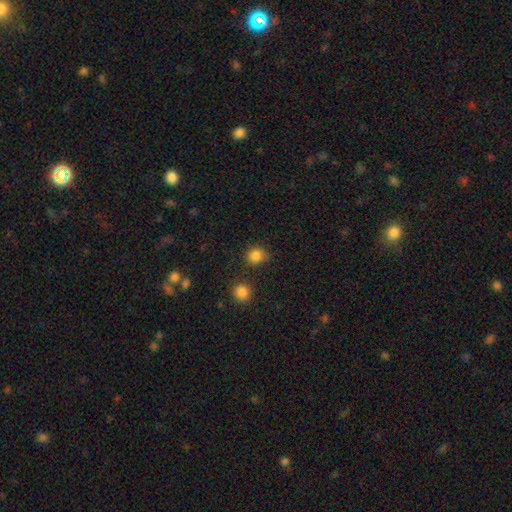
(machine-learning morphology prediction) smooth-or-featured: smooth: 84% | star or artifact: 12% | featured or disk: 4%
  how-rounded: round: 84% | in between: 15% | cigar-shaped: 1%
  merging: none: 78% | minor disturbance: 13% | merger: 5% | major disturbance: 4%